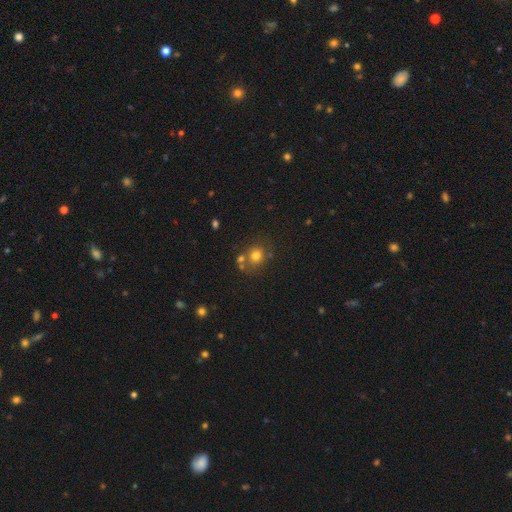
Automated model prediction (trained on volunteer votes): This appears to be a smooth galaxy with no disk features (75%) that is round (77%). Merging: none (62%).